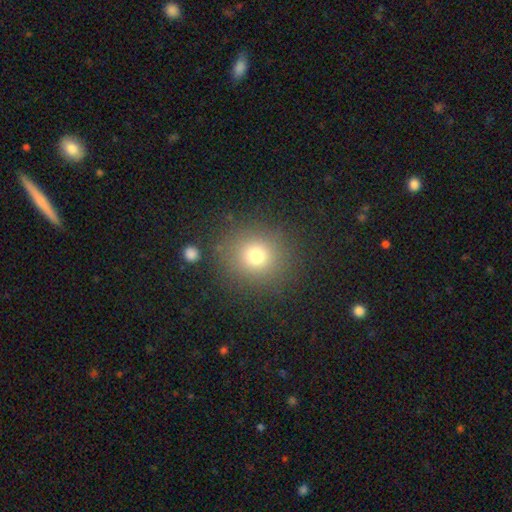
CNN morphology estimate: This appears to be a smooth galaxy with no disk features (73%) that is round (88%). Merging: none (86%).